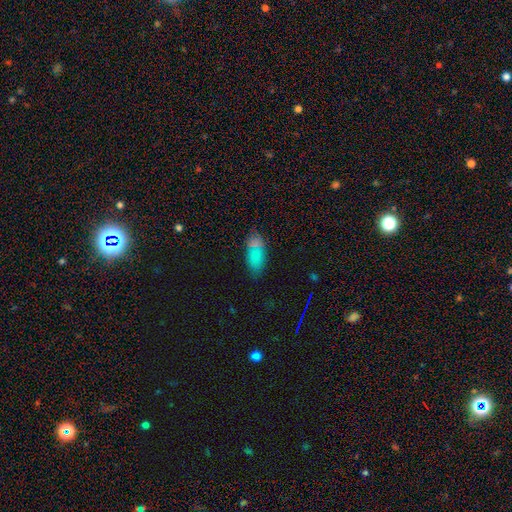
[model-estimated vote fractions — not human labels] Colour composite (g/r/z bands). It shows a smooth galaxy with no disk features (71%) that is in between round and cigar-shaped (90%). Merging: none (77%).